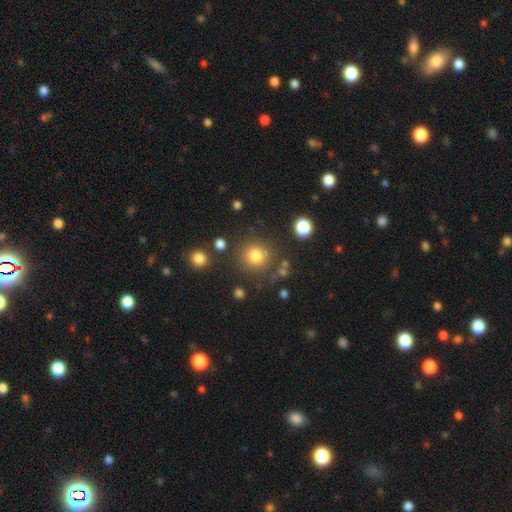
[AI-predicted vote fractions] smooth-or-featured: smooth: 81% | star or artifact: 13% | featured or disk: 7%
  how-rounded: round: 92% | in between: 7% | cigar-shaped: 1%
  merging: none: 82% | minor disturbance: 9% | merger: 5% | major disturbance: 4%